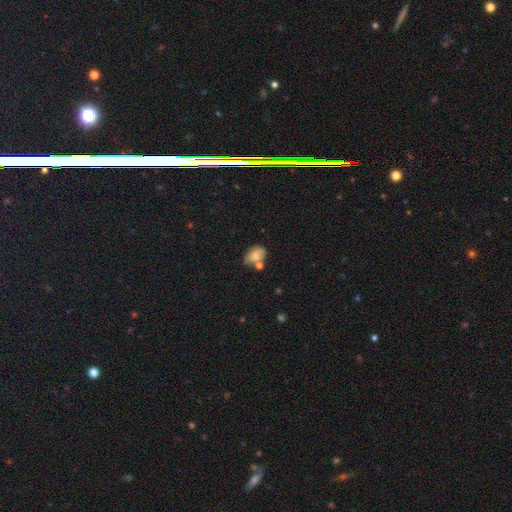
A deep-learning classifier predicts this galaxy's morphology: Q: Smooth or featured?
A: smooth (76%); runner-up: featured or disk (14%)
Q: How rounded?
A: in between (80%); runner-up: round (18%)
Q: Merging?
A: none (43%); runner-up: minor disturbance (27%)